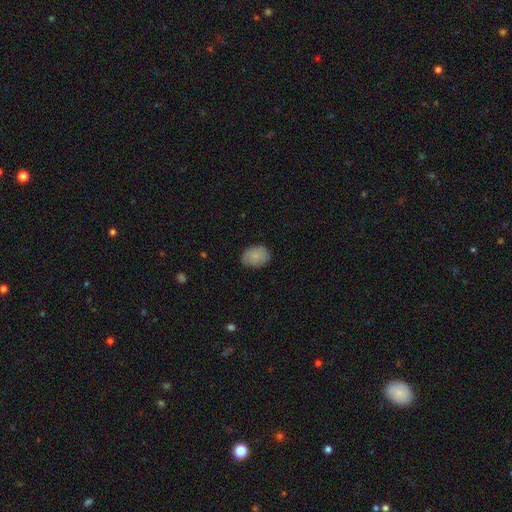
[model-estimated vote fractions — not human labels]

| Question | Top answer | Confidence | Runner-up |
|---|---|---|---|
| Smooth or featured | smooth | 84% | featured or disk (9%) |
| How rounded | in between | 73% | round (26%) |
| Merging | none | 82% | minor disturbance (14%) |